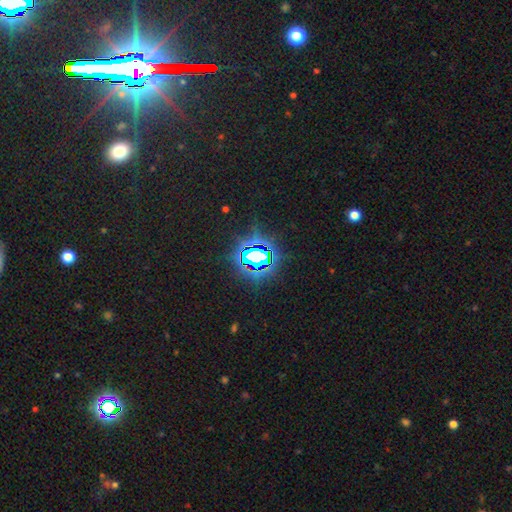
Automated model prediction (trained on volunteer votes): A star or artifact, not a galaxy (78%).